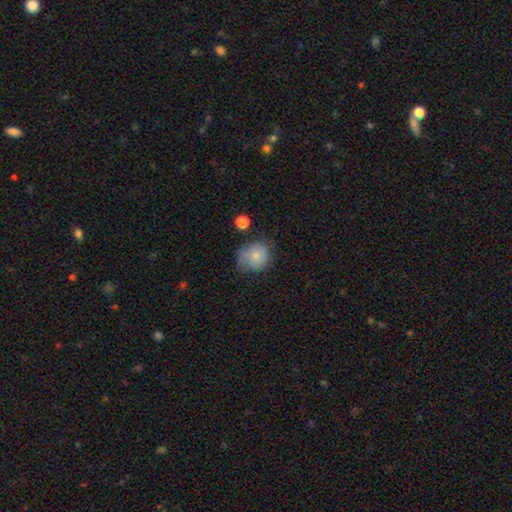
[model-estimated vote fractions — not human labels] This appears to be a smooth galaxy with no disk features (77%) that is round (74%). Merging: none (55%).